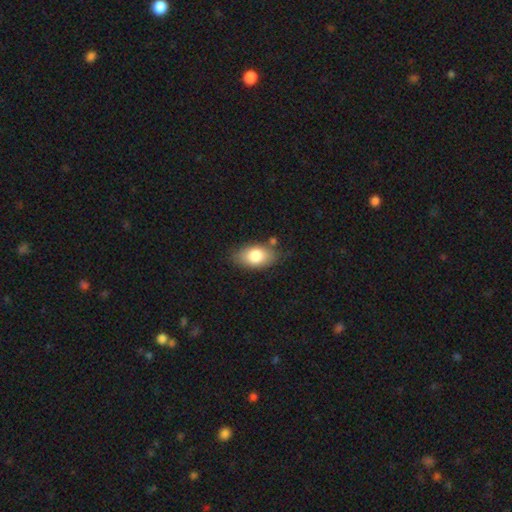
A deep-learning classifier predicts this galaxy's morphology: Smooth or featured?
  - smooth: 79% *
  - featured or disk: 13%
  - star or artifact: 7%
How rounded?
  - in between: 90% *
  - round: 7%
  - cigar-shaped: 2%
Merging?
  - none: 74% *
  - minor disturbance: 18%
  - merger: 4%
  - major disturbance: 4%